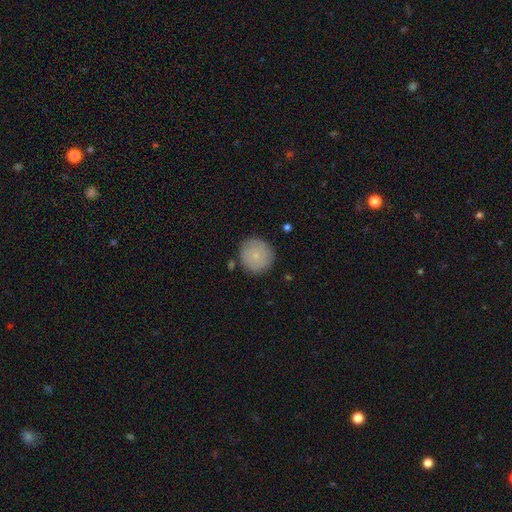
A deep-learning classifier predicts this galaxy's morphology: smooth_or_featured: smooth (p=0.80) [alt: featured or disk p=0.13]
how_rounded: round (p=0.94) [alt: in between p=0.05]
merging: none (p=0.86) [alt: minor disturbance p=0.10]